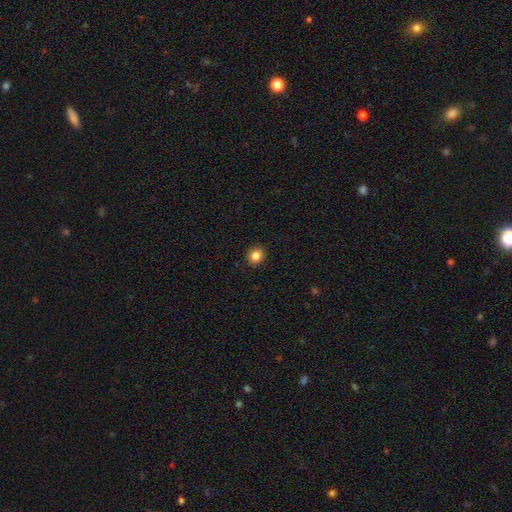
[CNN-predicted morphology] Smooth or featured: smooth — 85% (star or artifact — 11%)
How rounded: round — 79% (in between — 20%)
Merging: none — 92% (minor disturbance — 6%)